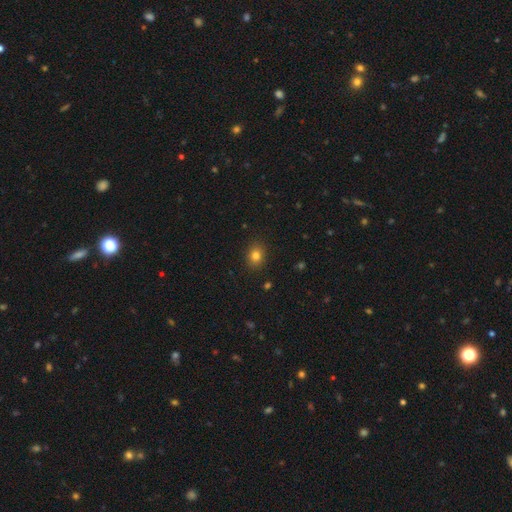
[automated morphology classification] A smooth galaxy with no disk features (81%) that is round (54%). Merging: none (88%).